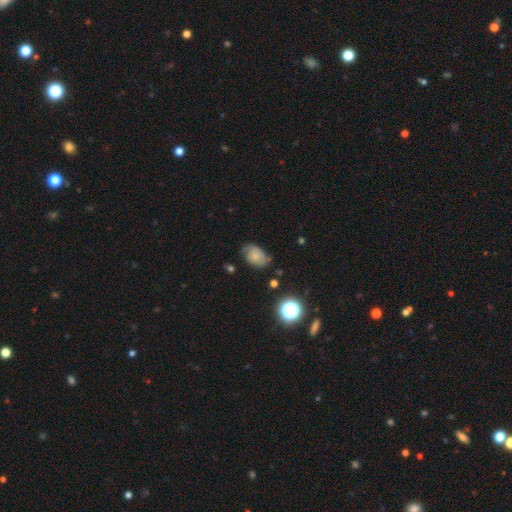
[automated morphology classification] Smooth or featured: smooth — 52% (featured or disk — 36%)
How rounded: in between — 79% (round — 20%)
Merging: none — 54% (minor disturbance — 32%)